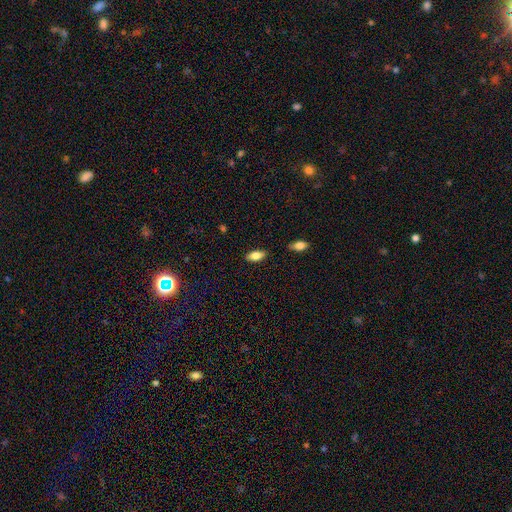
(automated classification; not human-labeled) smooth-or-featured: smooth: 80% | featured or disk: 13% | star or artifact: 7%
  how-rounded: in between: 87% | cigar-shaped: 10% | round: 2%
  merging: none: 84% | minor disturbance: 11% | major disturbance: 2% | merger: 2%